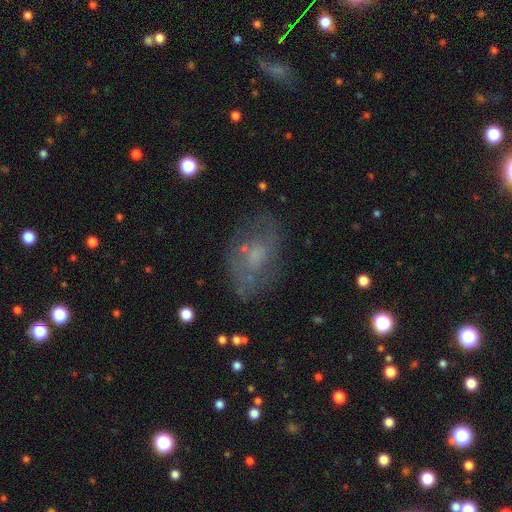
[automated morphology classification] Smooth or featured? Predicted: featured or disk (p=0.49). Merging? Predicted: none (p=0.62).